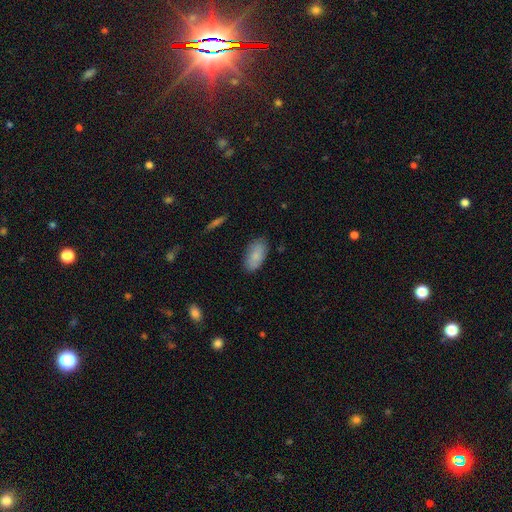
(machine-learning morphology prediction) This is clearly a smooth galaxy (80%). How rounded: clearly in between (94%). Merging: clearly none (82%).